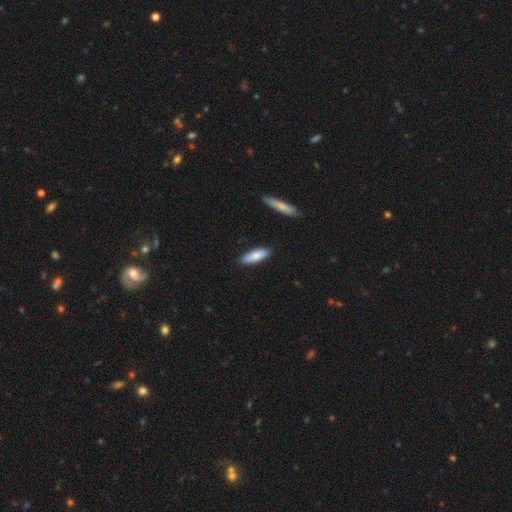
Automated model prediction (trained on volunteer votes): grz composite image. It shows a smooth galaxy with no disk features (82%) that is in between round and cigar-shaped (51%). Merging: none (88%).